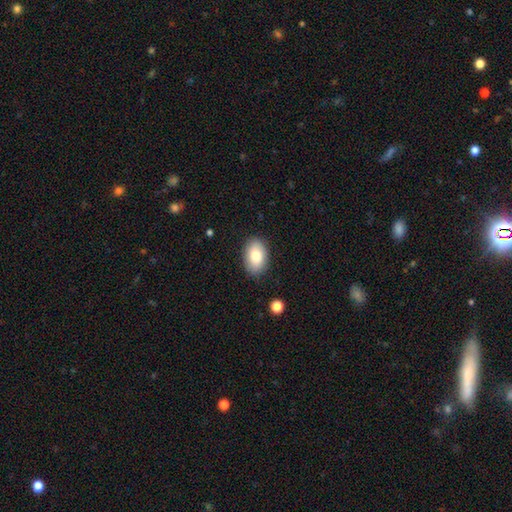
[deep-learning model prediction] Smooth or featured? Predicted: smooth (p=0.82). How rounded? Predicted: in between (p=0.90). Merging? Predicted: none (p=0.86).